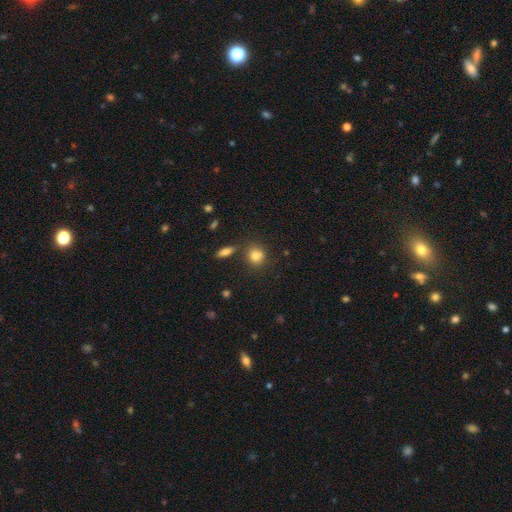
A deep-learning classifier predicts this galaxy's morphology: Smooth or featured?
  - smooth: 82% *
  - star or artifact: 11%
  - featured or disk: 7%
How rounded?
  - round: 73% *
  - in between: 25%
  - cigar-shaped: 2%
Merging?
  - none: 70% *
  - minor disturbance: 14%
  - merger: 12%
  - major disturbance: 4%